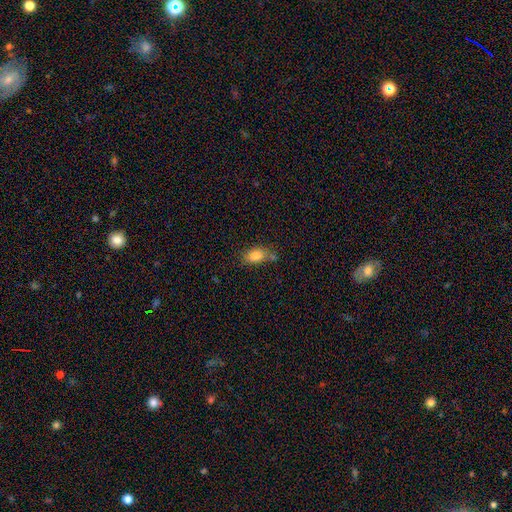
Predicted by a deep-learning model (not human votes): A smooth galaxy with no disk features (83%) that is in between round and cigar-shaped (85%).

Vote fractions:
- Smooth or featured? smooth: 83% / star or artifact: 9% / featured or disk: 7%
- How rounded? in between: 85% / round: 11% / cigar-shaped: 3%
- Merging? none: 58% / minor disturbance: 20% / merger: 16% / major disturbance: 6%